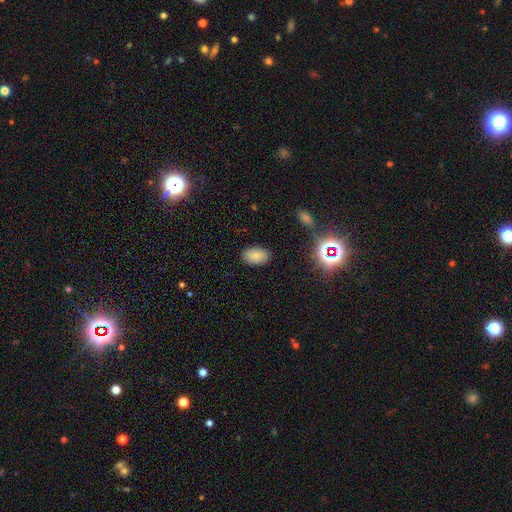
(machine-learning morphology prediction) Smooth or featured? smooth (83%)
How rounded? in between (92%)
Merging? none (87%)